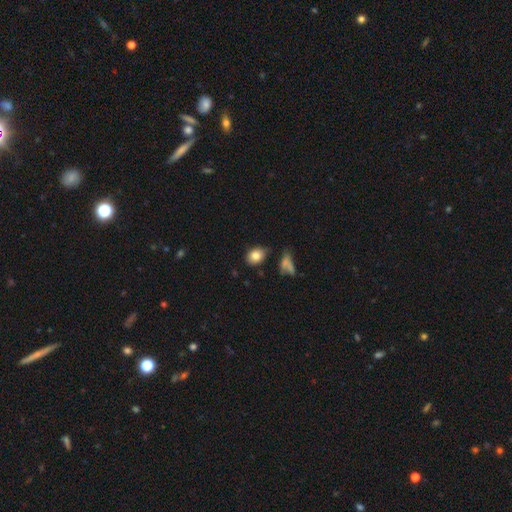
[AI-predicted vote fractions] This is clearly a smooth galaxy (82%). How rounded: likely in between (66%). Merging: likely none (71%).